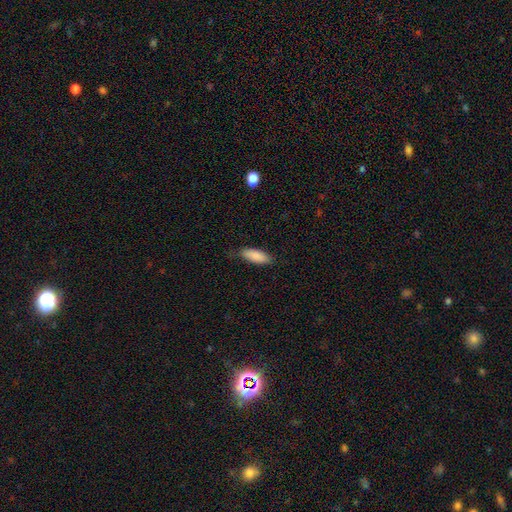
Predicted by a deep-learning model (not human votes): Smooth or featured: smooth — 86% (featured or disk — 8%)
How rounded: in between — 73% (cigar-shaped — 25%)
Merging: none — 76% (minor disturbance — 19%)